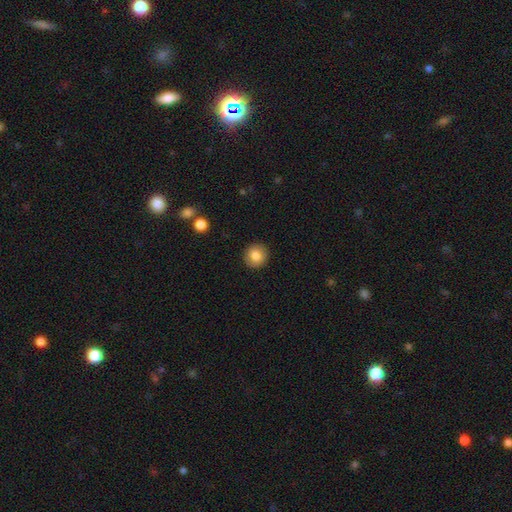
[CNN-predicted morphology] Overall: smooth (83%). How rounded: round (93%). Merging: none (92%).